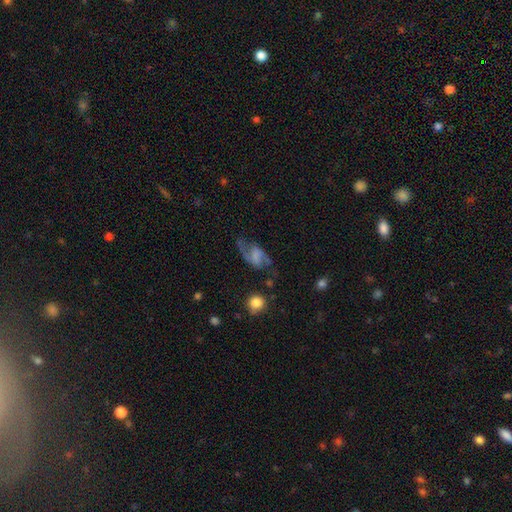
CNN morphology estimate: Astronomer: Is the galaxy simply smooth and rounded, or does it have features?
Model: featured or disk — 68%.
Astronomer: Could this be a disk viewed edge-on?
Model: no — 96%.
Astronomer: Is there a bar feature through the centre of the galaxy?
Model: weak — 42% (runner-up: no, 38%).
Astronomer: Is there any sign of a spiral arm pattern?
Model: yes — 87%.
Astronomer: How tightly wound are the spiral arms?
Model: loose — 59%.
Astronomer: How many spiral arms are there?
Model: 2 — 87%.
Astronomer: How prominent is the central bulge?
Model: none — 56%.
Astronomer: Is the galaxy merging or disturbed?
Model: none — 52%.